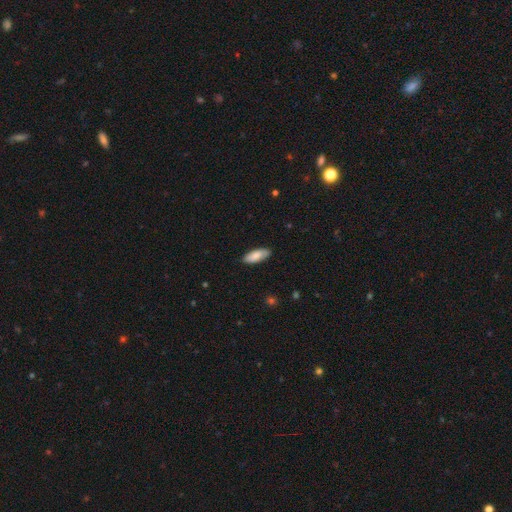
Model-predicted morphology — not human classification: A smooth galaxy with no disk features (84%) that is in between round and cigar-shaped (77%). Merging: none (86%).